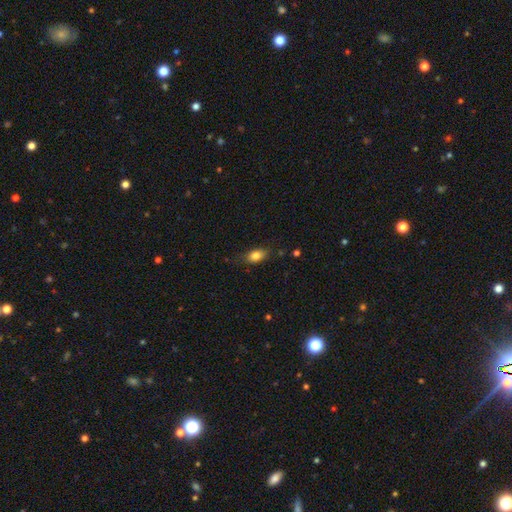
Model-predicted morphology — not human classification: A smooth galaxy with no disk features (82%) that is in between round and cigar-shaped (83%). Merging: none (74%).